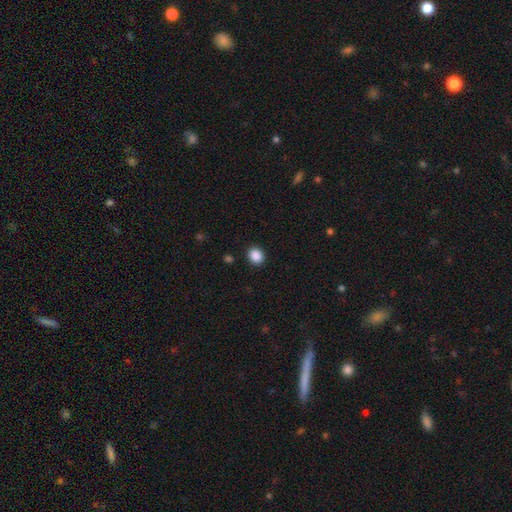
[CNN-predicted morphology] The model was most divided on "how rounded": round: 68%, in between: 31%, cigar-shaped: 1%. More confident: merging — none (90%); smooth or featured — smooth (88%).